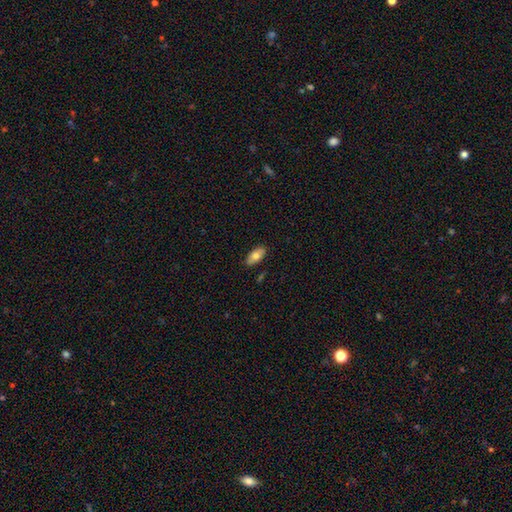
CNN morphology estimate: Smooth or featured? Predicted: smooth (p=0.72). How rounded? Predicted: in between (p=0.91). Merging? Predicted: none (p=0.86).